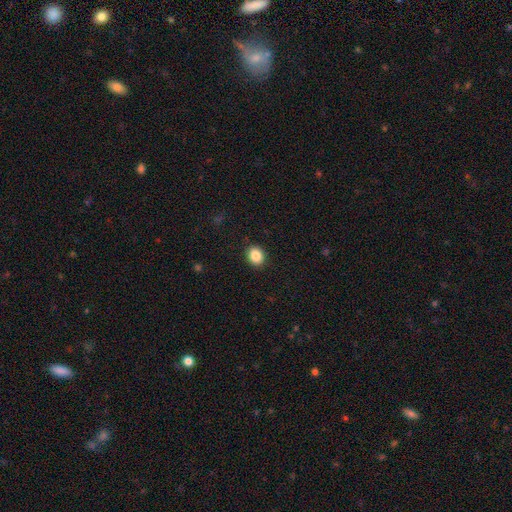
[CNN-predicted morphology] Smooth or featured? Predicted: smooth (p=0.87). How rounded? Predicted: round (p=0.57). Merging? Predicted: none (p=0.91).